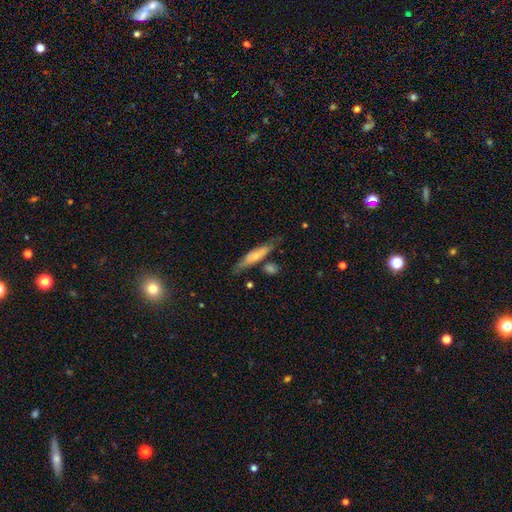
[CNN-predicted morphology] Smooth or featured? smooth (59%)
How rounded? cigar-shaped (73%)
Merging? none (67%)